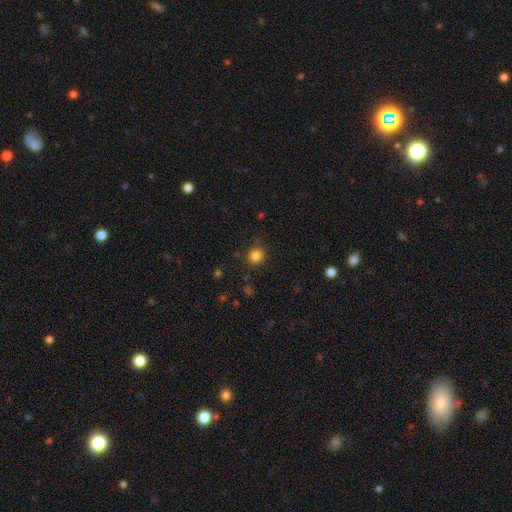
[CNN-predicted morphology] smooth 83%, star or artifact 12%, featured or disk 4%. Down the decision tree: how rounded — round (89%); merging — none (87%).